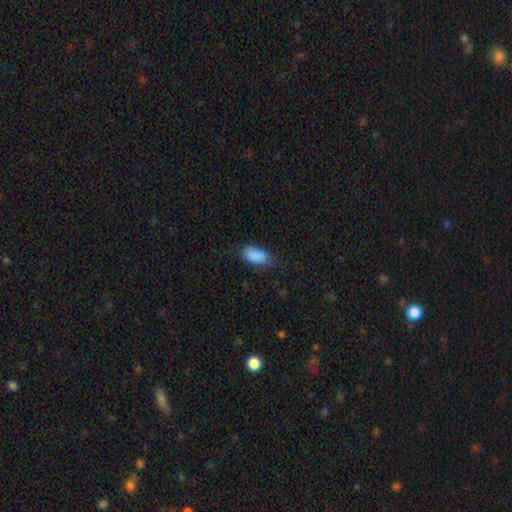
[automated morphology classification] This appears to be a smooth galaxy with no disk features (87%) that is in between round and cigar-shaped (91%). Merging: none (64%).